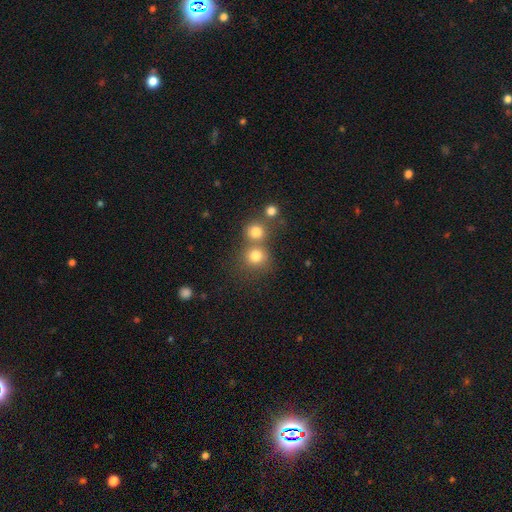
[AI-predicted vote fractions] This is likely a smooth galaxy (77%). How rounded: clearly round (88%). Merging: possibly none (55%).